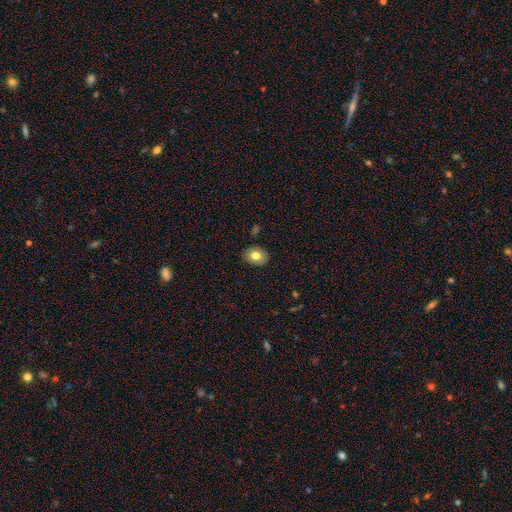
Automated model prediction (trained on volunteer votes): Smooth or featured?
  - smooth: 75% *
  - featured or disk: 17%
  - star or artifact: 8%
How rounded?
  - in between: 62% *
  - round: 37%
  - cigar-shaped: 1%
Merging?
  - none: 87% *
  - minor disturbance: 9%
  - major disturbance: 2%
  - merger: 1%